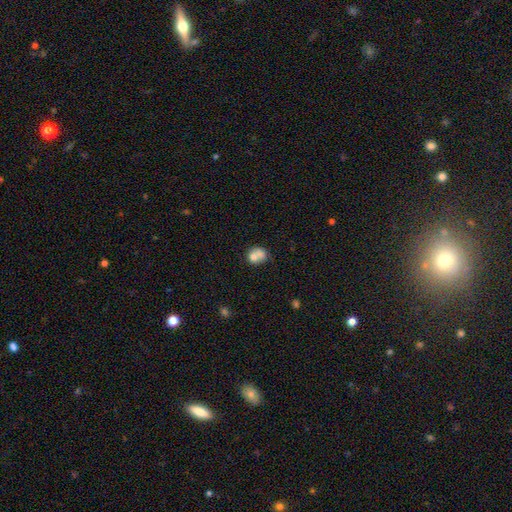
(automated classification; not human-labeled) smooth_or_featured: smooth (p=0.71) [alt: featured or disk p=0.20]
how_rounded: round (p=0.63) [alt: in between p=0.37]
merging: merger (p=0.52) [alt: none p=0.31]